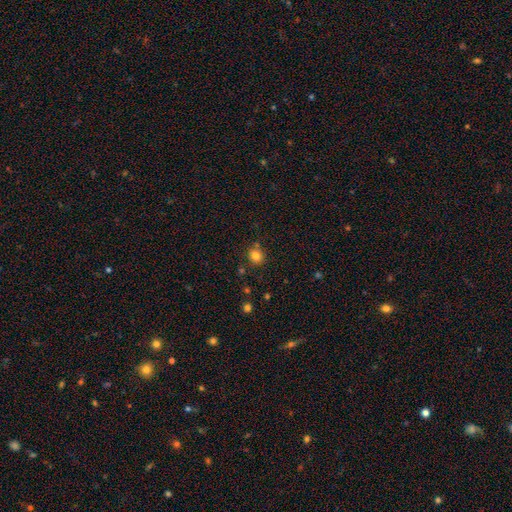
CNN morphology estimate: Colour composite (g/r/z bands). It shows a smooth galaxy with no disk features (81%) that is round (85%). Merging: none (80%).